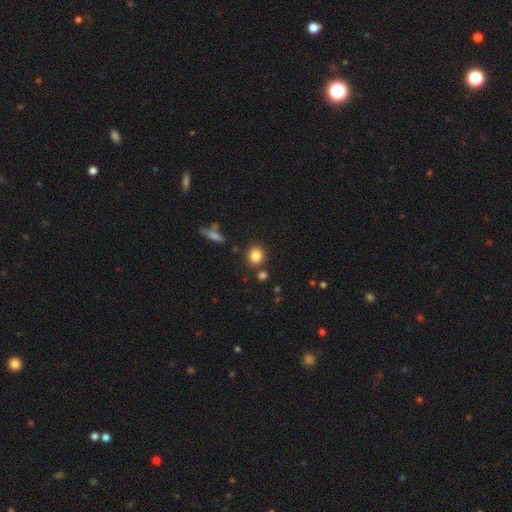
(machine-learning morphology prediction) The model was most divided on "how rounded": round: 82%, in between: 16%, cigar-shaped: 1%. More confident: smooth or featured — smooth (84%); merging — none (81%).